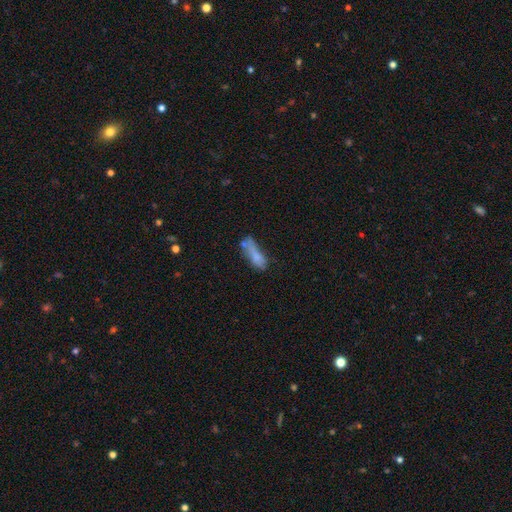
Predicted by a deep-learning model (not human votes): smooth 69%, featured or disk 21%, star or artifact 11%. Down the decision tree: how rounded — in between (55%); merging — none (30%).